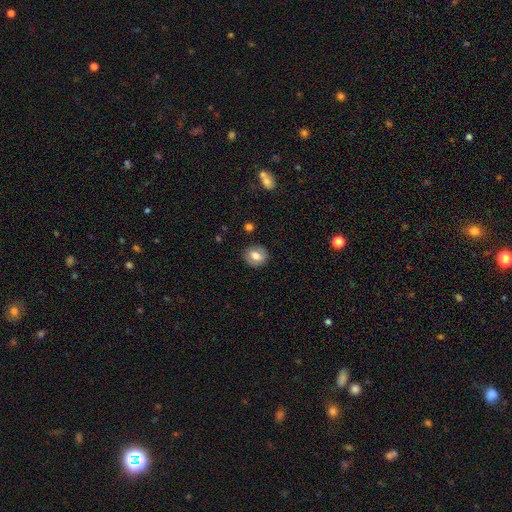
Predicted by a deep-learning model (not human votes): Smooth or featured: smooth — 70% (featured or disk — 22%)
How rounded: round — 71% (in between — 28%)
Merging: none — 87% (minor disturbance — 9%)